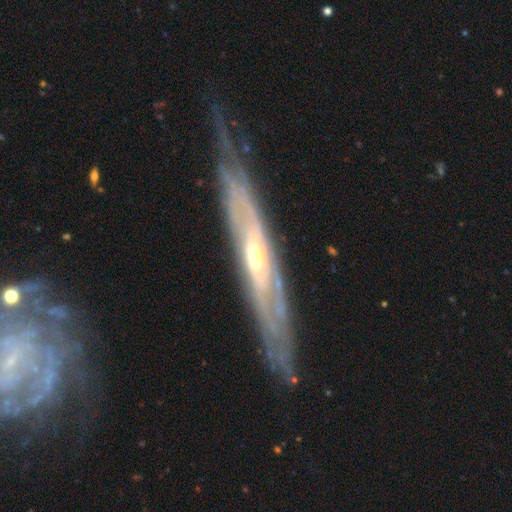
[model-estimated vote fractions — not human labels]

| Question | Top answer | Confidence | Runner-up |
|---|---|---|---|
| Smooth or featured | featured or disk | 85% | smooth (9%) |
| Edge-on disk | no | 52% | yes (48%) |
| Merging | none | 66% | minor disturbance (22%) |